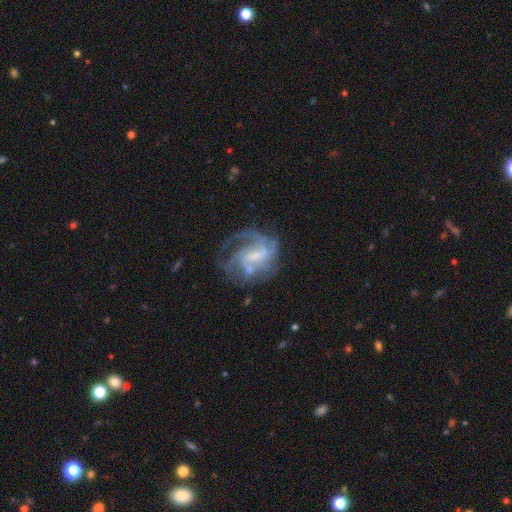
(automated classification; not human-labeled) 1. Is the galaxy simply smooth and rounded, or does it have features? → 81% featured or disk, 12% smooth, 7% star or artifact.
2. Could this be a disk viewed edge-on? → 98% no, 2% yes.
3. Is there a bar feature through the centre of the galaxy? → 52% weak, 29% no, 19% strong.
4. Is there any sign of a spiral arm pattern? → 88% yes, 12% no.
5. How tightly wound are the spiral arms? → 43% medium, 36% tight, 21% loose.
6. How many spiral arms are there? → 31% can't tell, 22% 2, 22% 3, 13% 1, 7% 4, 5% more than 4.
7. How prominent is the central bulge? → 34% small, 30% moderate, 29% none, 6% large, 1% dominant.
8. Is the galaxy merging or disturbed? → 45% none, 30% major disturbance, 20% minor disturbance, 4% merger.